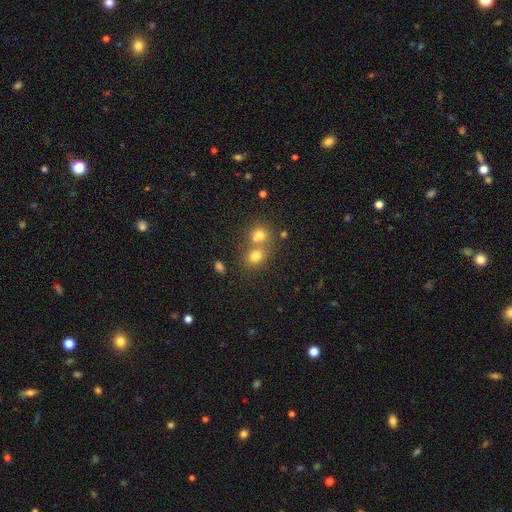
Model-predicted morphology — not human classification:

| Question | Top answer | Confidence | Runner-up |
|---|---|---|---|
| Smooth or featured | smooth | 71% | star or artifact (17%) |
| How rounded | round | 67% | in between (32%) |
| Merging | merger | 50% | none (40%) |